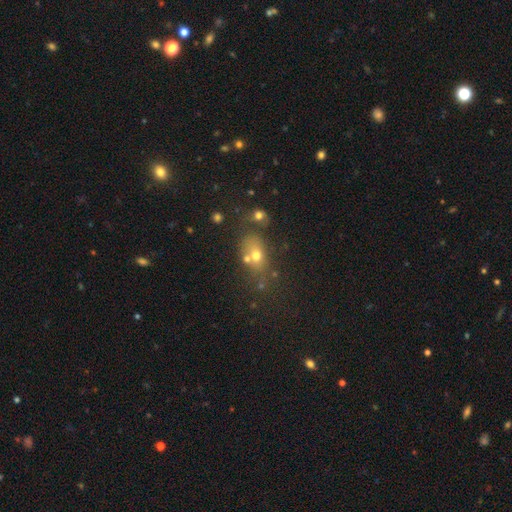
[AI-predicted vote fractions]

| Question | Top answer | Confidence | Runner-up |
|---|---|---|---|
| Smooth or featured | smooth | 64% | featured or disk (20%) |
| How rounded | in between | 59% | round (38%) |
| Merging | none | 43% | merger (30%) |